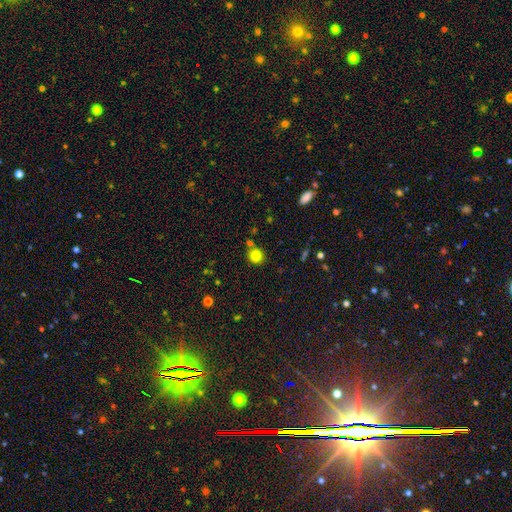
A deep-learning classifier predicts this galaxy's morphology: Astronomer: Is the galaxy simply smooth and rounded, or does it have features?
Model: smooth — 81%.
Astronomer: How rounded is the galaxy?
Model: round — 91%.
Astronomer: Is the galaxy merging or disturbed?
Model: none — 78%.